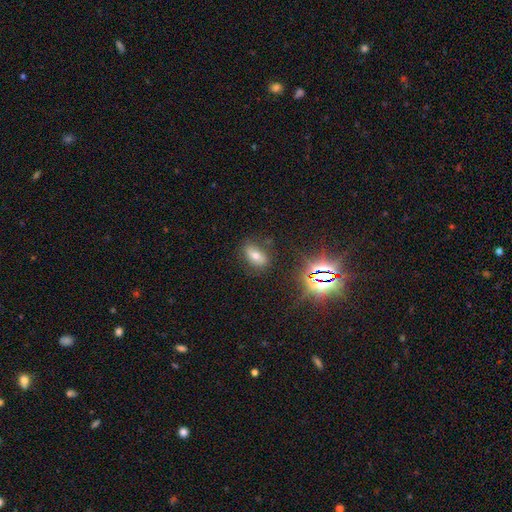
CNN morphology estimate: Q: Smooth or featured?
A: smooth (52%); runner-up: star or artifact (29%)
Q: How rounded?
A: in between (85%); runner-up: round (10%)
Q: Merging?
A: none (79%); runner-up: minor disturbance (14%)